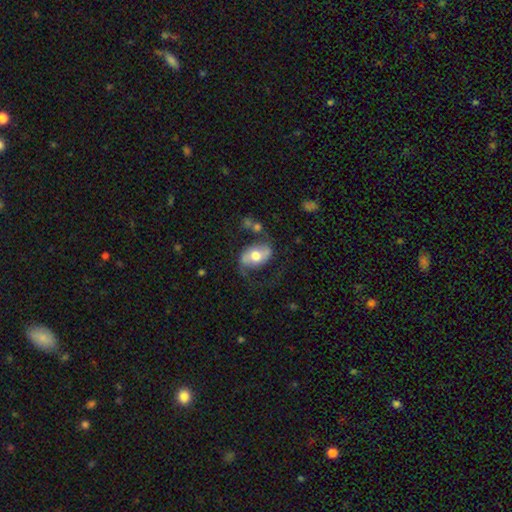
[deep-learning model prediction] A featured or disk galaxy (55%) with no bar (42%), spiral arms (72%) and a moderate central bulge (67%). Merging: none (52%).